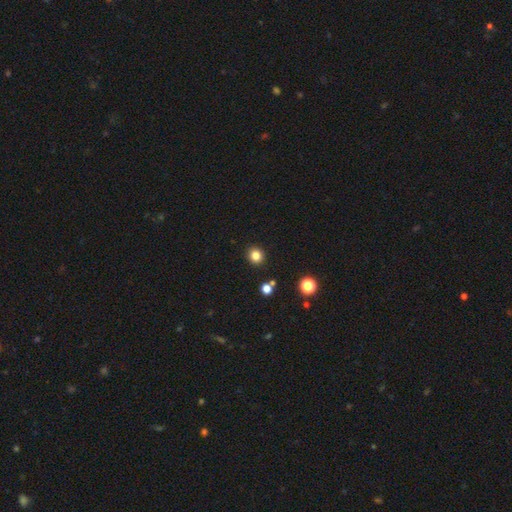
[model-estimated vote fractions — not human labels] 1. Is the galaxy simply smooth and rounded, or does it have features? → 82% smooth, 13% star or artifact, 5% featured or disk.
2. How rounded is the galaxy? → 87% round, 12% in between, 1% cigar-shaped.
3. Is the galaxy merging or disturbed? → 91% none, 5% minor disturbance, 2% merger, 2% major disturbance.